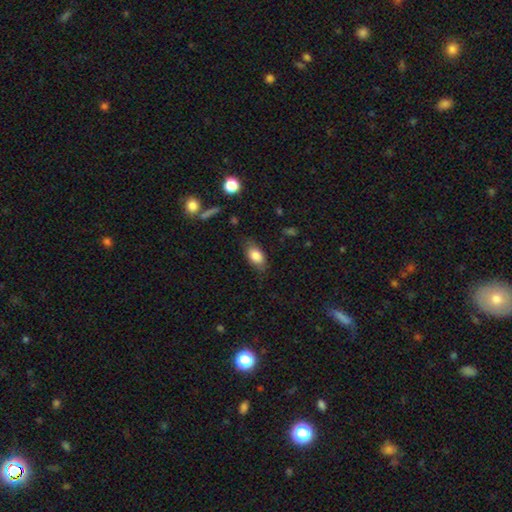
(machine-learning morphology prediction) Smooth or featured? Predicted: smooth (p=0.82). How rounded? Predicted: in between (p=0.89). Merging? Predicted: none (p=0.77).